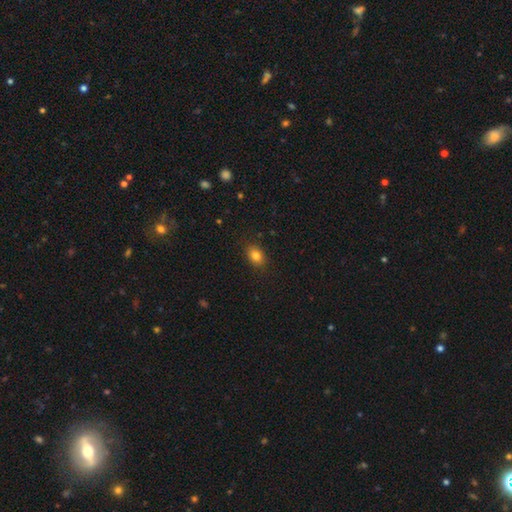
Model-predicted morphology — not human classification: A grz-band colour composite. It shows a smooth galaxy with no disk features (82%) that is in between round and cigar-shaped (72%). Merging: none (88%).